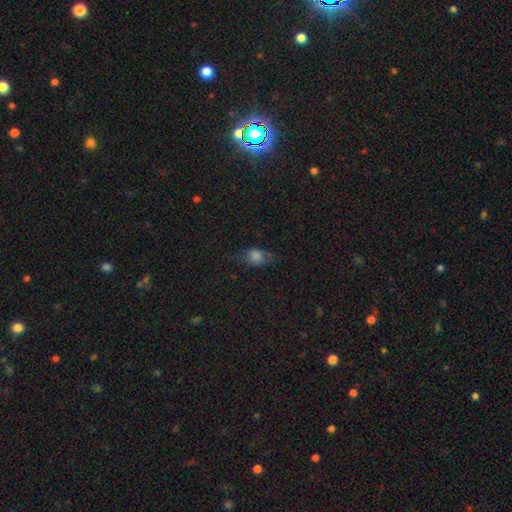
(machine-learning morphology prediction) Smooth or featured? Predicted: smooth (p=0.68). How rounded? Predicted: in between (p=0.65). Merging? Predicted: none (p=0.58).